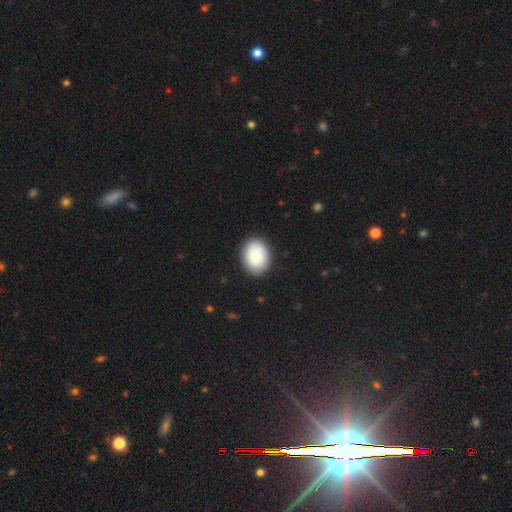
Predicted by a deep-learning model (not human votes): smooth-or-featured: smooth: 87% | featured or disk: 7% | star or artifact: 6%
  how-rounded: in between: 58% | round: 41% | cigar-shaped: 1%
  merging: none: 88% | minor disturbance: 9% | major disturbance: 2% | merger: 1%